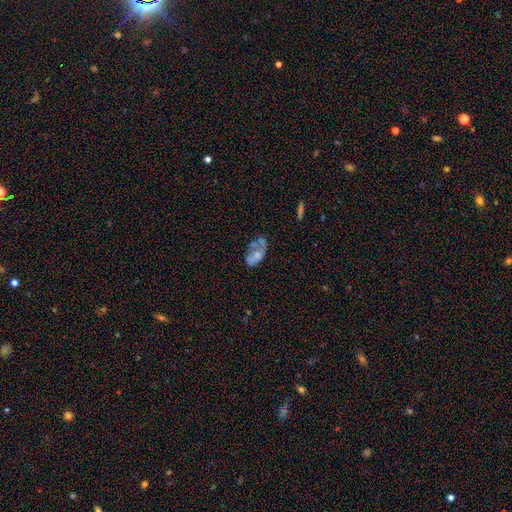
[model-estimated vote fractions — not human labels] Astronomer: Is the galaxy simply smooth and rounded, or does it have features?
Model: smooth — 52% (runner-up: featured or disk, 39%).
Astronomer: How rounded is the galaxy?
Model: in between — 91%.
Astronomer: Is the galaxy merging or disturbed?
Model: none — 29% (runner-up: major disturbance, 28%).